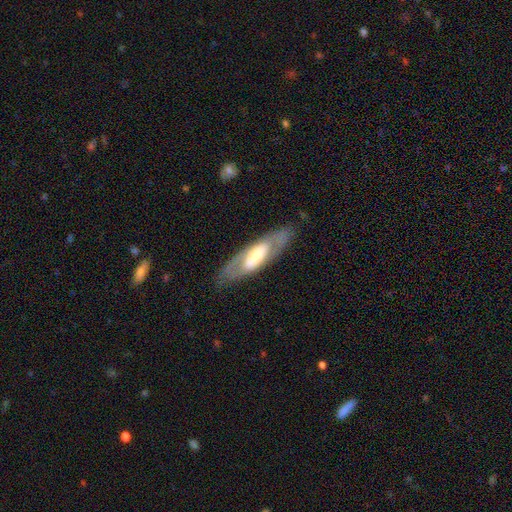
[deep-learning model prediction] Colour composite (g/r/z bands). It shows a featured or disk galaxy (62%). Merging: none (81%).